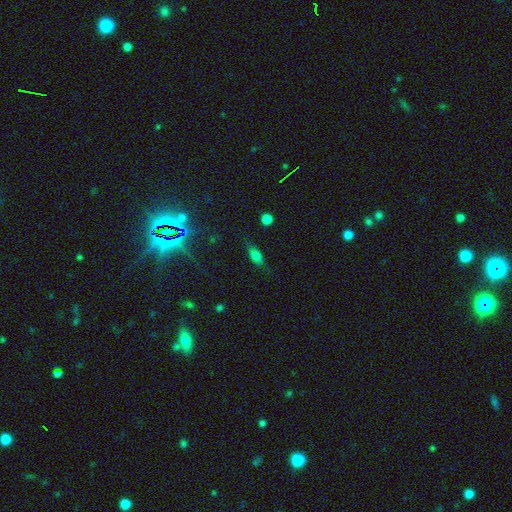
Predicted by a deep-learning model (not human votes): This is likely a smooth galaxy (70%). How rounded: likely in between (77%). Merging: likely none (72%).